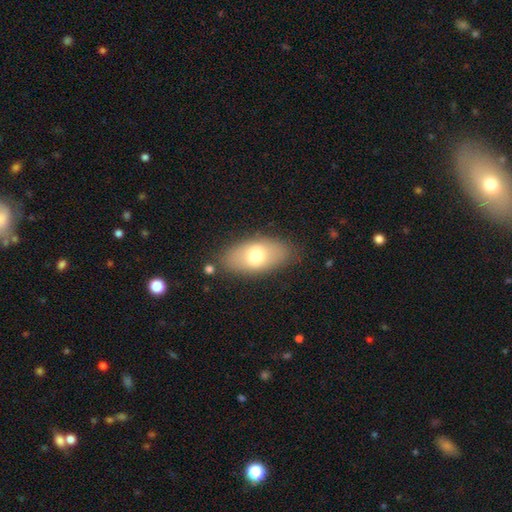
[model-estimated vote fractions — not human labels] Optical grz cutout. It shows a smooth galaxy with no disk features (68%) that is in between round and cigar-shaped (90%). Merging: none (80%).